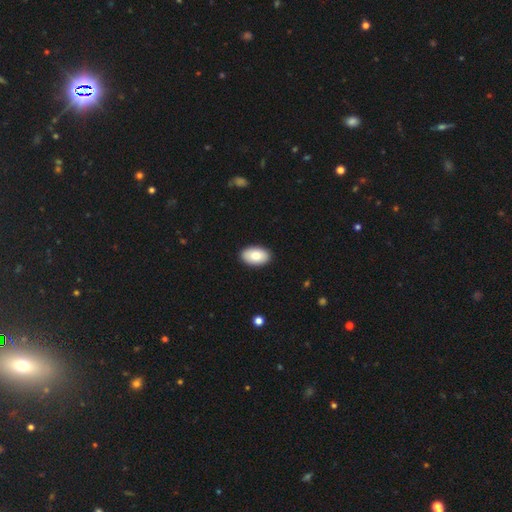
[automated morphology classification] Smooth or featured? Predicted: smooth (p=0.83). How rounded? Predicted: in between (p=0.94). Merging? Predicted: none (p=0.91).